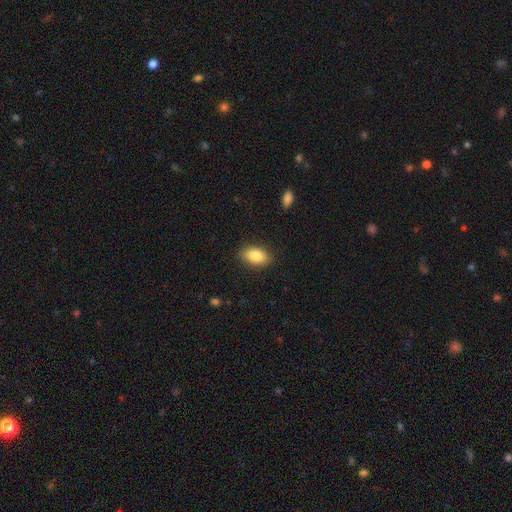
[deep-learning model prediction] A smooth galaxy with no disk features (85%) that is in between round and cigar-shaped (89%). Merging: none (87%).